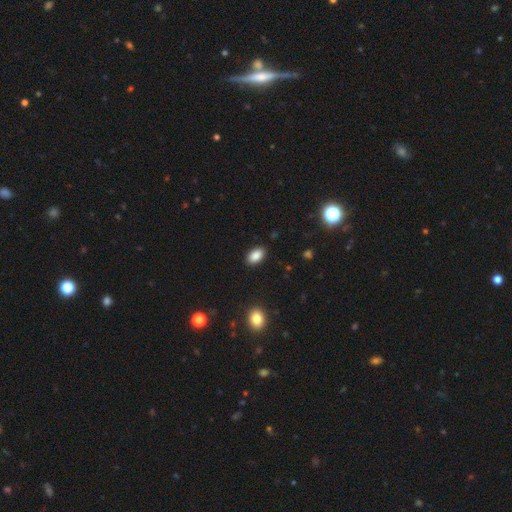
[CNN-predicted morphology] A smooth galaxy with no disk features (88%) that is in between round and cigar-shaped (91%).

Vote fractions:
- Smooth or featured? smooth: 88% / star or artifact: 8% / featured or disk: 4%
- How rounded? in between: 91% / round: 7% / cigar-shaped: 2%
- Merging? none: 88% / minor disturbance: 9% / major disturbance: 2% / merger: 1%